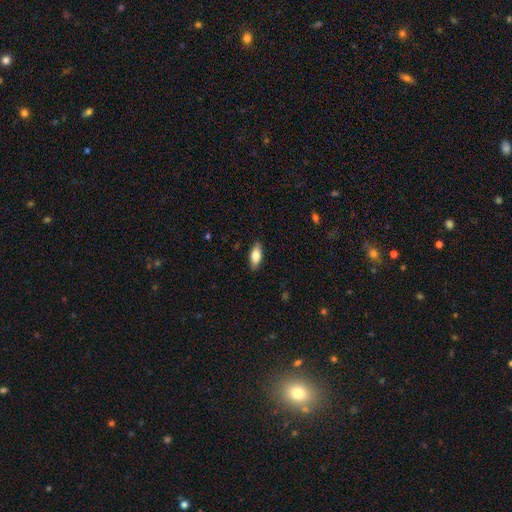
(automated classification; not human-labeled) Smooth or featured? smooth (76%)
How rounded? in between (78%)
Merging? none (87%)